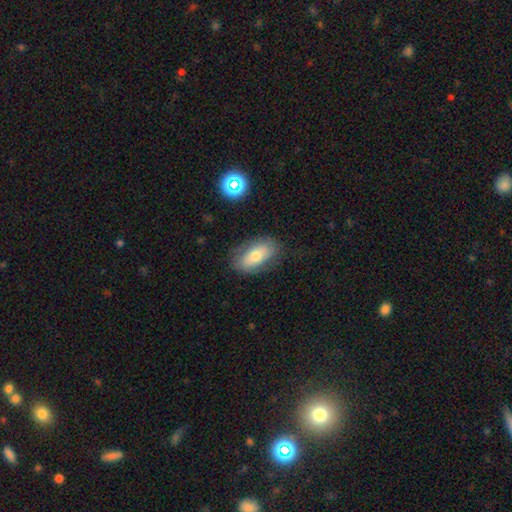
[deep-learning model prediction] The model was most divided on "smooth or featured": smooth: 65%, featured or disk: 26%, star or artifact: 9%. More confident: how rounded — in between (89%); merging — none (77%).